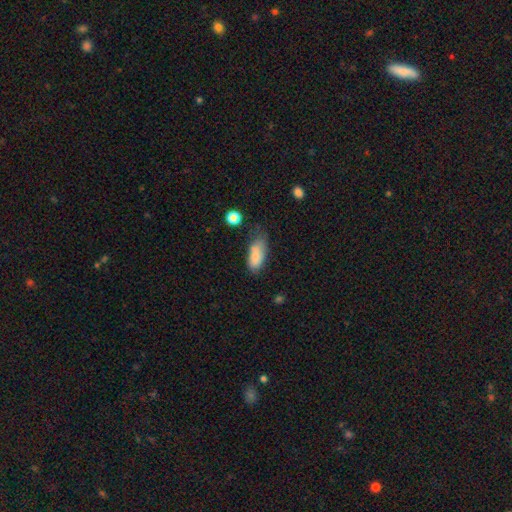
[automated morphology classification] A smooth galaxy with no disk features (80%) that is in between round and cigar-shaped (84%). Merging: none (44%).